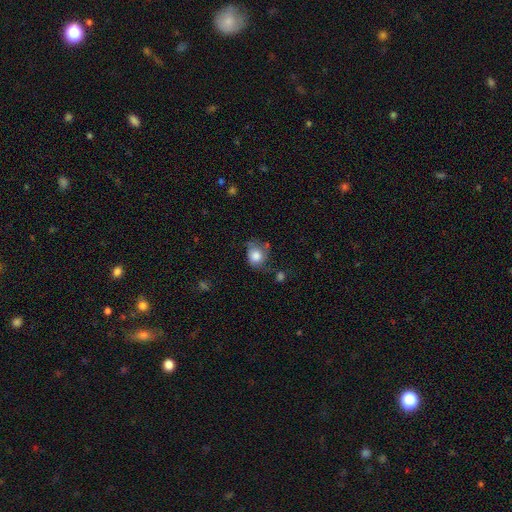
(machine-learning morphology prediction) Q: Smooth or featured?
A: smooth (80%); runner-up: featured or disk (12%)
Q: How rounded?
A: round (66%); runner-up: in between (33%)
Q: Merging?
A: none (47%); runner-up: minor disturbance (32%)